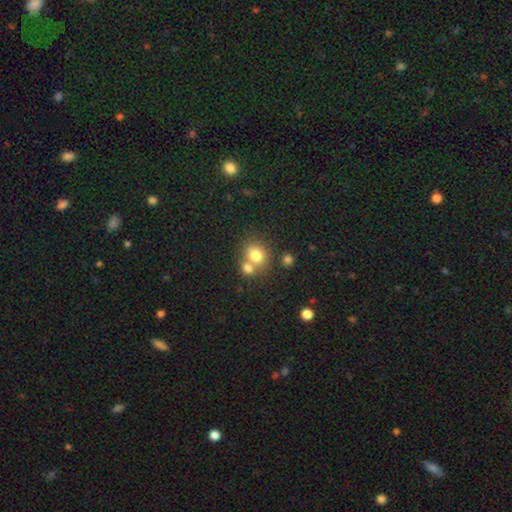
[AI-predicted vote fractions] smooth 77%, star or artifact 12%, featured or disk 12%. Down the decision tree: how rounded — round (71%); merging — merger (45%).